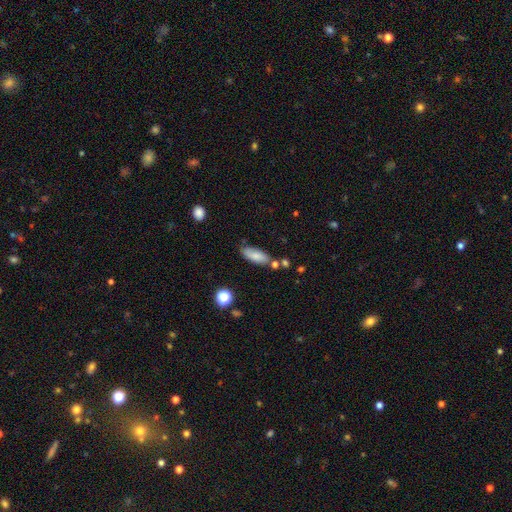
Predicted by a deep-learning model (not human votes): smooth 79%, featured or disk 13%, star or artifact 8%. Down the decision tree: how rounded — in between (70%); merging — none (71%).